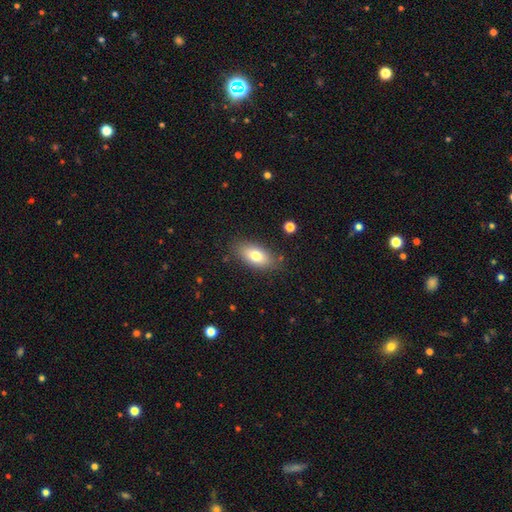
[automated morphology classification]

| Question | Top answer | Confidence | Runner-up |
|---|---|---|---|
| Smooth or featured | smooth | 76% | featured or disk (16%) |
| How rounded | in between | 88% | cigar-shaped (7%) |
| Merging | none | 82% | minor disturbance (12%) |